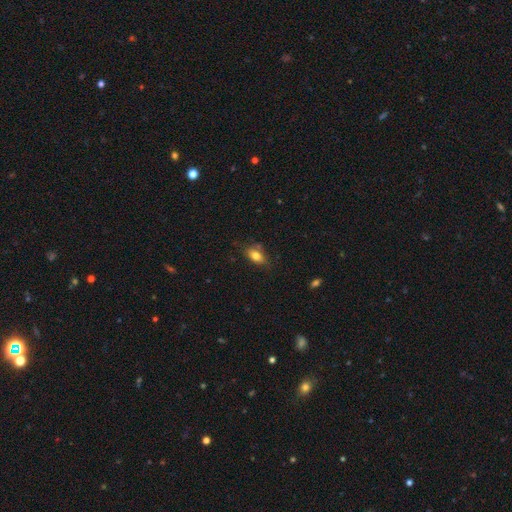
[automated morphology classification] Overall: smooth (80%). How rounded: in between (86%). Merging: none (71%).